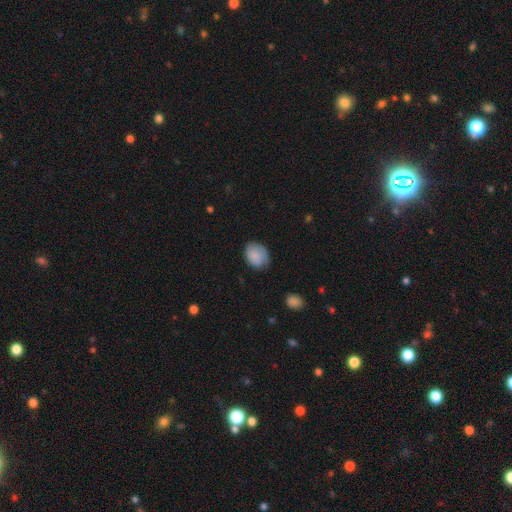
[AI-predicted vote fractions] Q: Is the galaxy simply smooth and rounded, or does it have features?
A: smooth — 81%.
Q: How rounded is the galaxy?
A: in between — 58%.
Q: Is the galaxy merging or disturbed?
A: none — 66%.